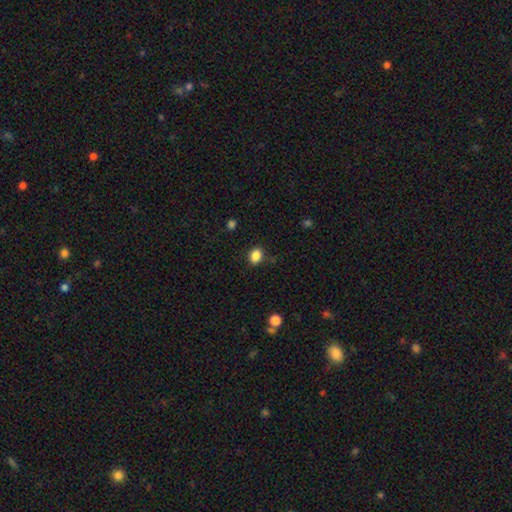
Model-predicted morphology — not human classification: smooth 87%, star or artifact 10%, featured or disk 4%. Down the decision tree: how rounded — in between (61%); merging — none (84%).